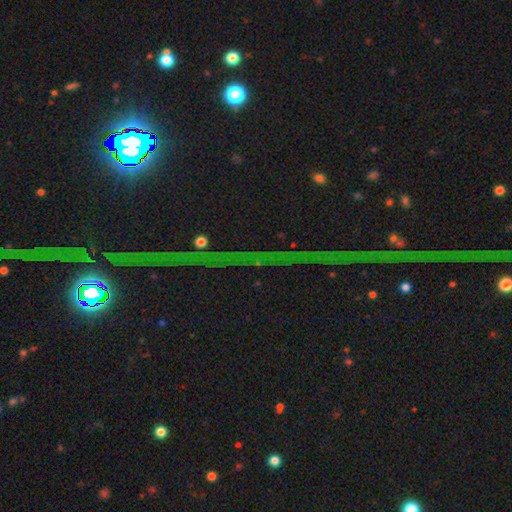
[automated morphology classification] A star or artifact, not a galaxy (81%).

Vote fractions:
- Smooth or featured? star or artifact: 81% / featured or disk: 11% / smooth: 8%